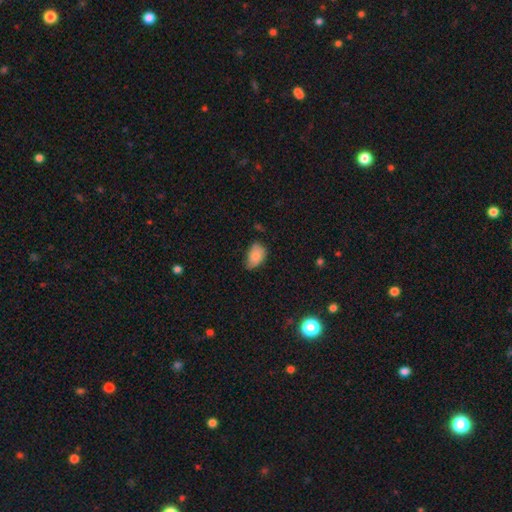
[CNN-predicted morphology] type=smooth (82%); roundness=in between (89%); merging=none (51%).